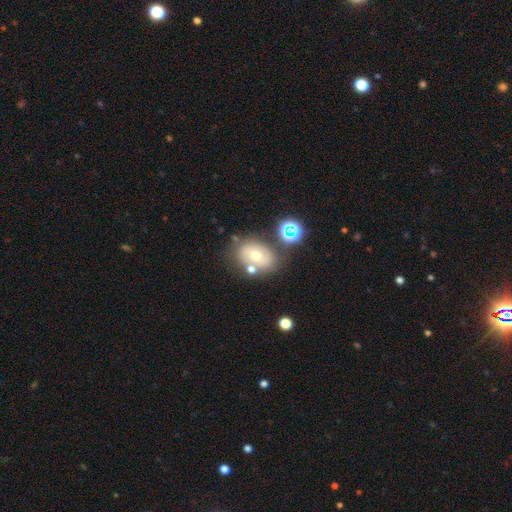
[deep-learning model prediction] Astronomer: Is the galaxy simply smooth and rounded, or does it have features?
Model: smooth — 50% (runner-up: featured or disk, 32%).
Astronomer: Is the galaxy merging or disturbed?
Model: none — 61%.